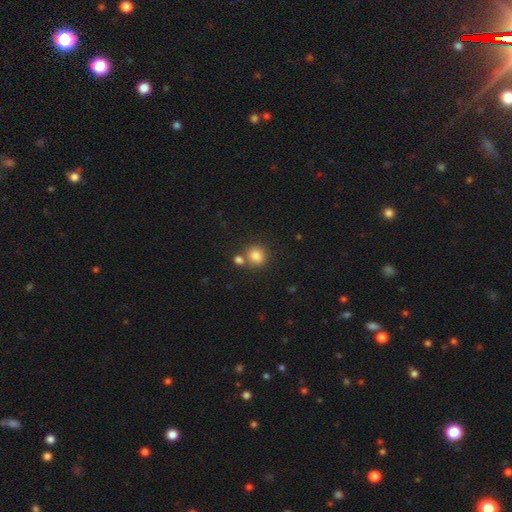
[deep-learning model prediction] This is clearly a smooth galaxy (82%). How rounded: clearly round (82%). Merging: likely none (65%).